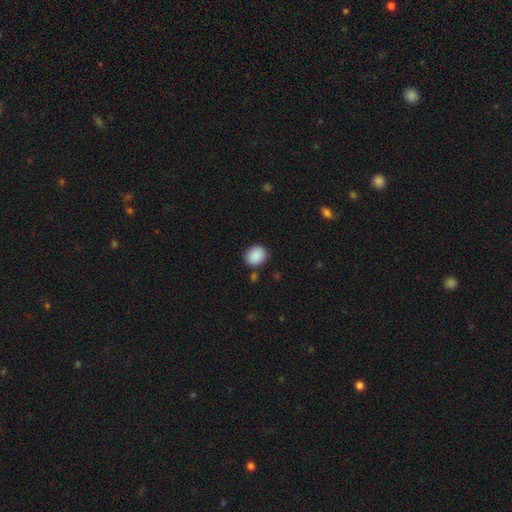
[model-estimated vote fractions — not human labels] The model was most divided on "how rounded": round: 72%, in between: 27%, cigar-shaped: 1%. More confident: smooth or featured — smooth (89%); merging — none (85%).